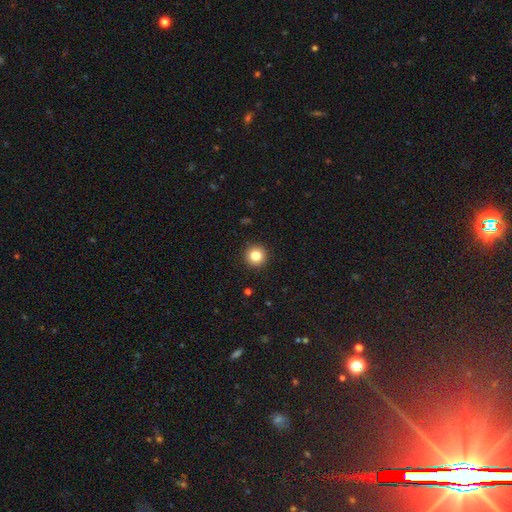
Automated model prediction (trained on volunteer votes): Smooth or featured? smooth (83%)
How rounded? round (96%)
Merging? none (93%)